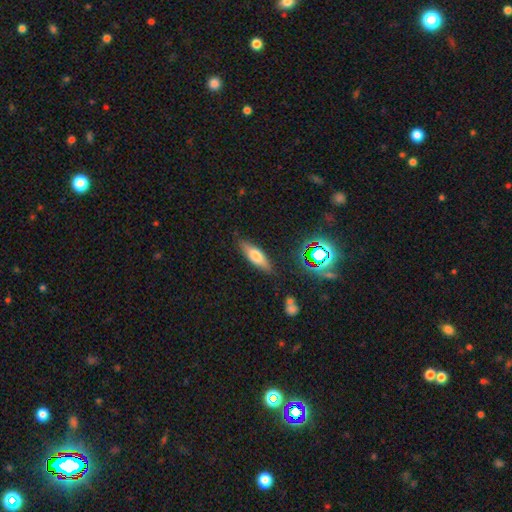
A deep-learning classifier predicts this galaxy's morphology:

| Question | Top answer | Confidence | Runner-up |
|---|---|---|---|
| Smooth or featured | smooth | 62% | featured or disk (28%) |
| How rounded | in between | 52% | cigar-shaped (46%) |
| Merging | none | 84% | minor disturbance (12%) |